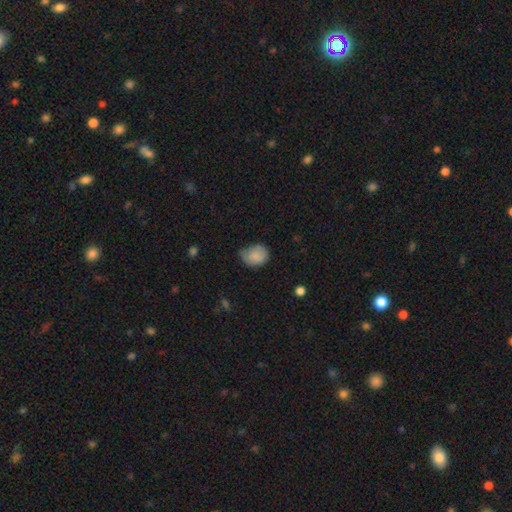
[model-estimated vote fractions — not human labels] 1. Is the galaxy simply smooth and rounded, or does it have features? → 82% smooth, 11% featured or disk, 8% star or artifact.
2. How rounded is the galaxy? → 54% in between, 45% round, 1% cigar-shaped.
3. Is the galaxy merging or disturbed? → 44% minor disturbance, 43% none, 11% major disturbance, 2% merger.